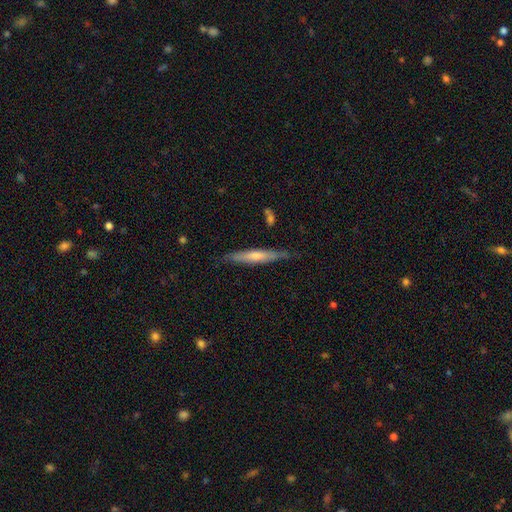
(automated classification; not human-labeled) Smooth or featured?
  - featured or disk: 51% *
  - smooth: 44%
  - star or artifact: 6%
Edge-on disk?
  - yes: 91% *
  - no: 9%
Merging?
  - none: 81% *
  - minor disturbance: 14%
  - major disturbance: 2%
  - merger: 2%